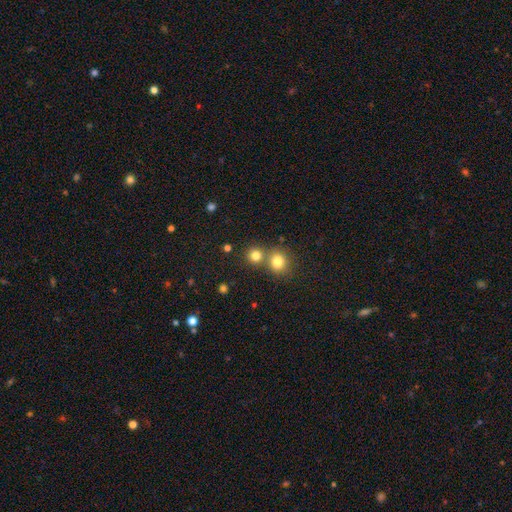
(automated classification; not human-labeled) Smooth or featured? Predicted: smooth (p=0.79). How rounded? Predicted: round (p=0.89). Merging? Predicted: none (p=0.62).